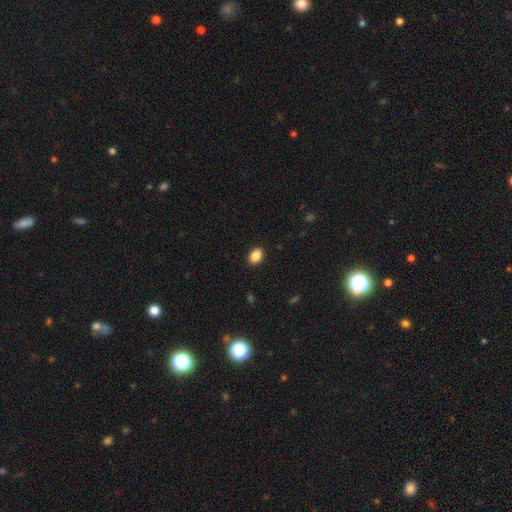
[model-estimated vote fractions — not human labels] The model was most divided on "how rounded": in between: 81%, round: 18%, cigar-shaped: 1%. More confident: merging — none (90%); smooth or featured — smooth (89%).